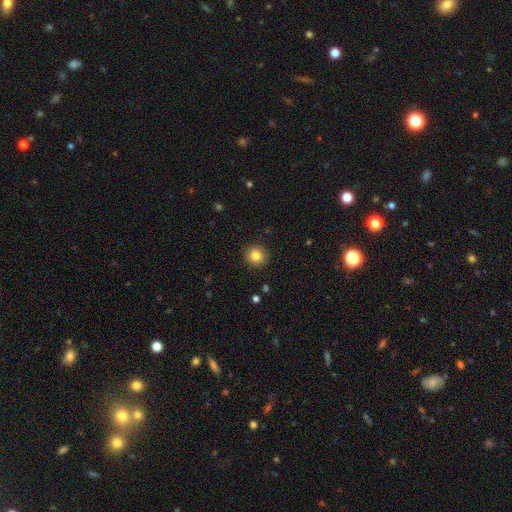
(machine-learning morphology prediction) Smooth or featured? smooth (83%)
How rounded? round (92%)
Merging? none (91%)